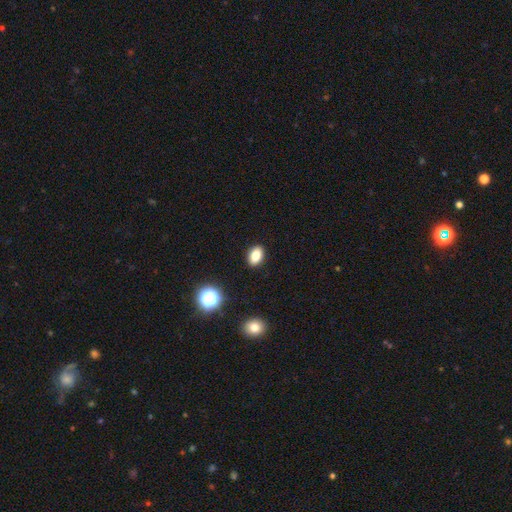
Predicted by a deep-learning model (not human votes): A smooth galaxy with no disk features (82%) that is in between round and cigar-shaped (85%). Merging: none (90%).